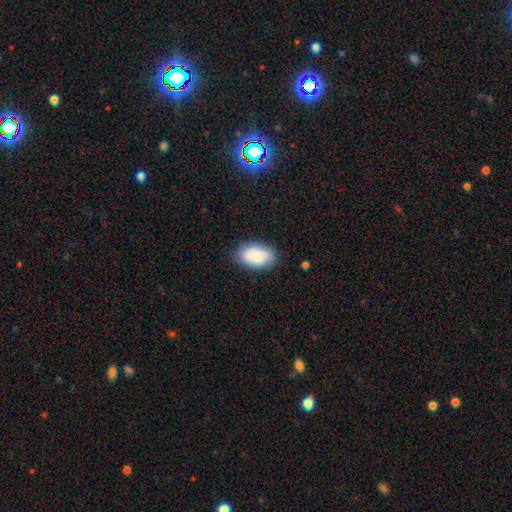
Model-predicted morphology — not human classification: This is clearly a smooth galaxy (80%). How rounded: clearly in between (91%). Merging: likely none (78%).